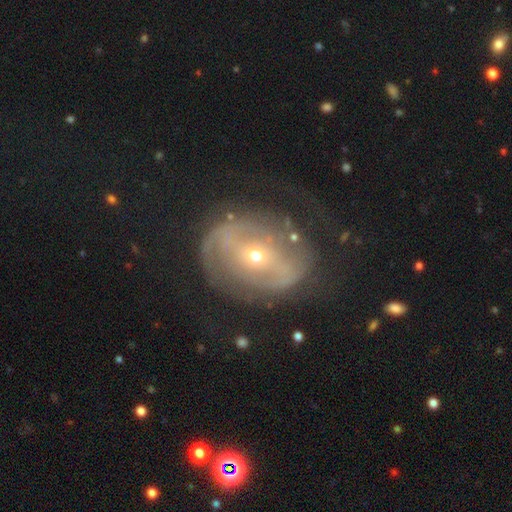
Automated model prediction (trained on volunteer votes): Overall: featured or disk (77%). Edge-on disk: no (95%). Bar: no (39%; weak 30%). Spiral arms: yes (65%; no 35%). Bulge size: small (67%; moderate 30%). Merging: none (66%).